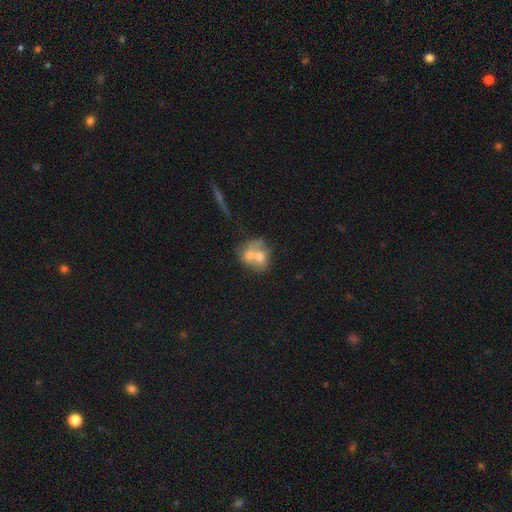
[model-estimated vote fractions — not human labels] Smooth or featured?
  - smooth: 59% *
  - featured or disk: 32%
  - star or artifact: 9%
How rounded?
  - round: 58% *
  - in between: 41%
  - cigar-shaped: 1%
Merging?
  - merger: 66% *
  - none: 21%
  - minor disturbance: 8%
  - major disturbance: 5%